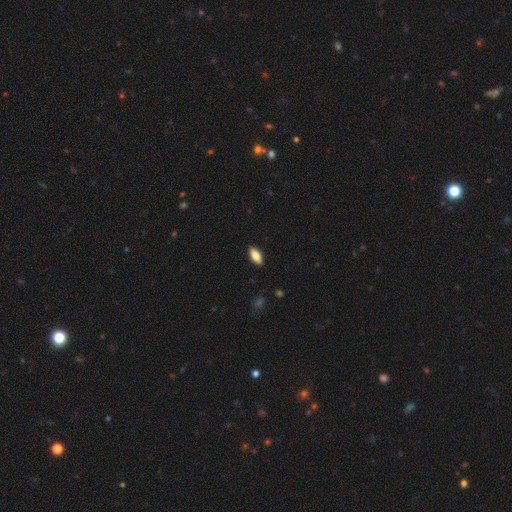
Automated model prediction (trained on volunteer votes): The model was most divided on "smooth or featured": smooth: 74%, featured or disk: 20%, star or artifact: 7%. More confident: merging — none (89%); how rounded — in between (84%).